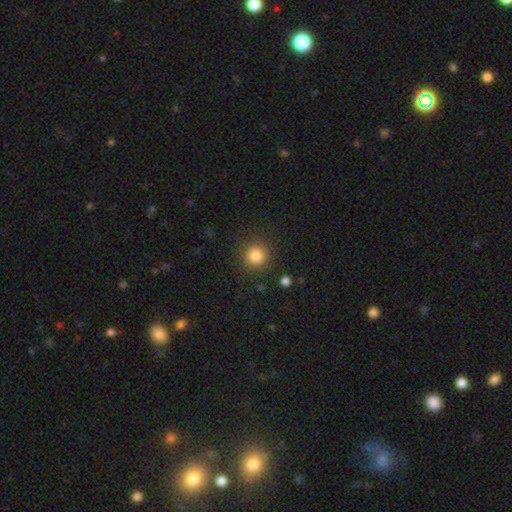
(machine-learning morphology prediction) A smooth galaxy with no disk features (84%) that is round (93%).

Vote fractions:
- Smooth or featured? smooth: 84% / star or artifact: 11% / featured or disk: 5%
- How rounded? round: 93% / in between: 6% / cigar-shaped: 1%
- Merging? none: 88% / minor disturbance: 7% / major disturbance: 3% / merger: 2%